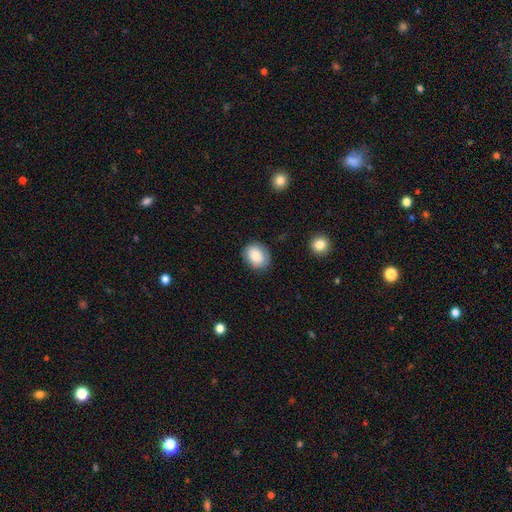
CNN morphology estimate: smooth_or_featured: smooth (p=0.83) [alt: featured or disk p=0.09]
how_rounded: in between (p=0.55) [alt: round p=0.44]
merging: none (p=0.81) [alt: minor disturbance p=0.14]